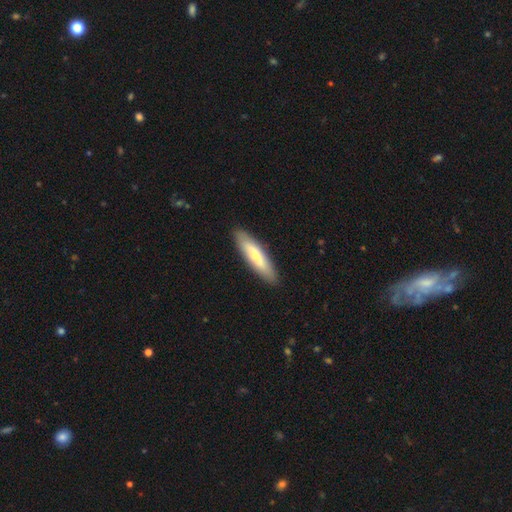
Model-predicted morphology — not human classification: This is likely a smooth galaxy (64%). How rounded: likely cigar-shaped (73%). Merging: clearly none (89%).